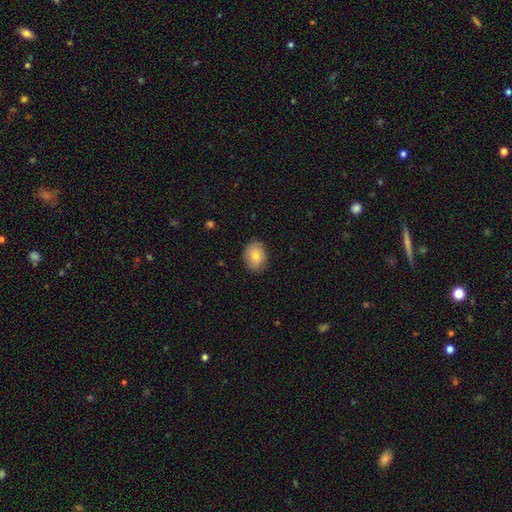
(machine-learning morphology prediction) Q: Smooth or featured?
A: smooth (79%); runner-up: featured or disk (14%)
Q: How rounded?
A: in between (59%); runner-up: round (40%)
Q: Merging?
A: none (82%); runner-up: minor disturbance (14%)